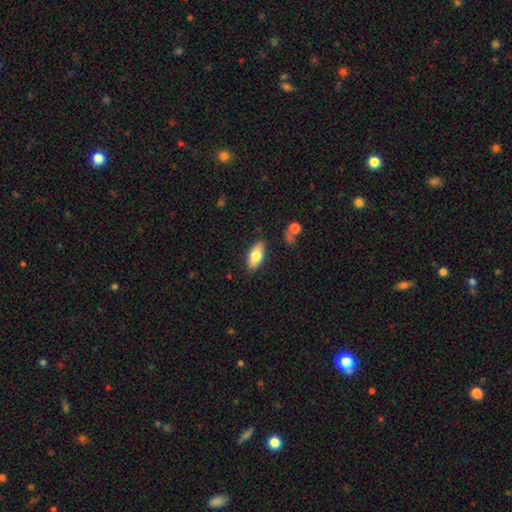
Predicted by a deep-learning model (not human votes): smooth-or-featured: smooth: 75% | featured or disk: 18% | star or artifact: 7%
  how-rounded: in between: 85% | cigar-shaped: 12% | round: 3%
  merging: none: 85% | minor disturbance: 10% | major disturbance: 2% | merger: 2%